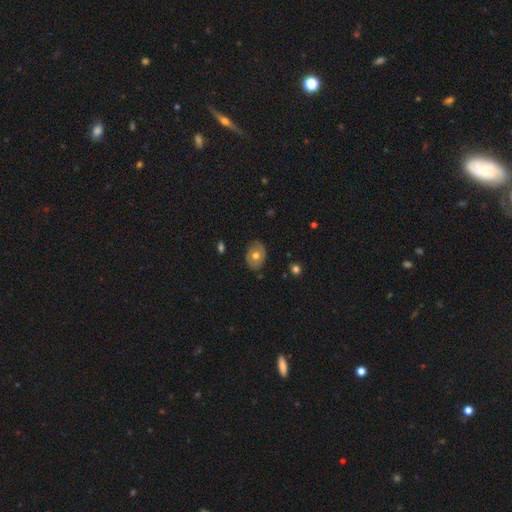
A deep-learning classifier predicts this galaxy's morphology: Smooth or featured: smooth — 58% (featured or disk — 35%)
How rounded: in between — 67% (round — 32%)
Merging: none — 80% (minor disturbance — 16%)